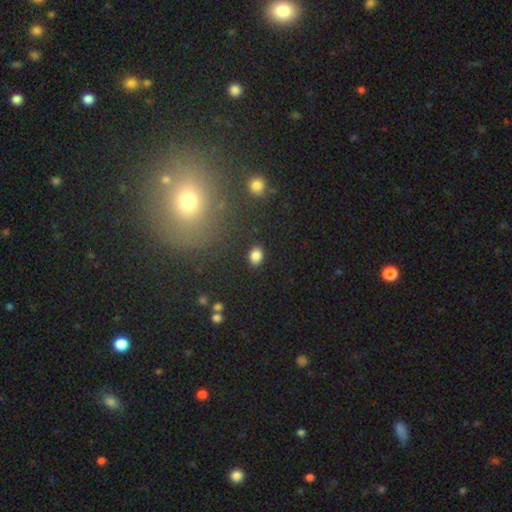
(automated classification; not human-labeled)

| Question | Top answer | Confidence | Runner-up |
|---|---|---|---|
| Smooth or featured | smooth | 84% | star or artifact (11%) |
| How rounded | in between | 70% | round (28%) |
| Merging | none | 88% | minor disturbance (8%) |